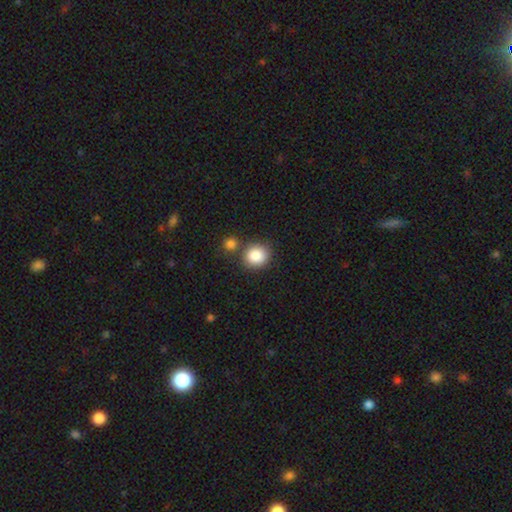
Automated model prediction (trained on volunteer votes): A smooth galaxy with no disk features (88%) that is round (82%). Merging: none (68%).